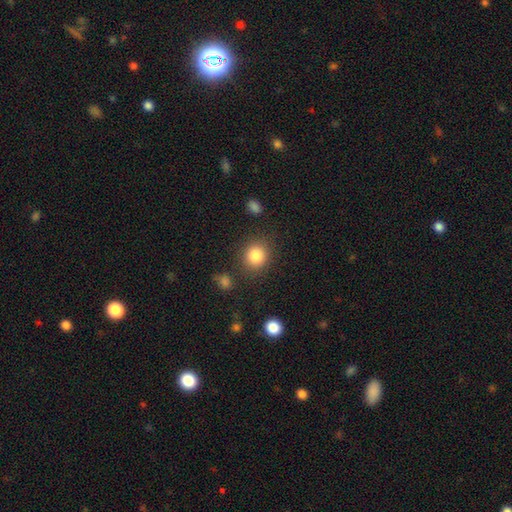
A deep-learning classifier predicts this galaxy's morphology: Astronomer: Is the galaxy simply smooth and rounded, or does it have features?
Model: smooth — 84%.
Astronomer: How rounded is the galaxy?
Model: round — 83%.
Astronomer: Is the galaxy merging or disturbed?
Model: none — 83%.